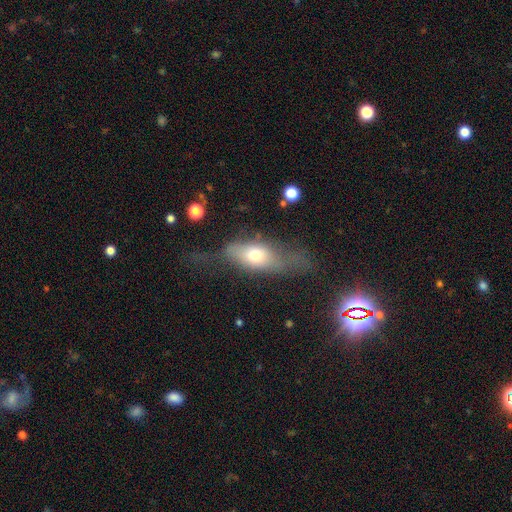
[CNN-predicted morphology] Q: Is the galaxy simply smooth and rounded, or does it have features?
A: smooth — 54%.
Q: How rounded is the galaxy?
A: in between — 71%.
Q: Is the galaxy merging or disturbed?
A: major disturbance — 37%.